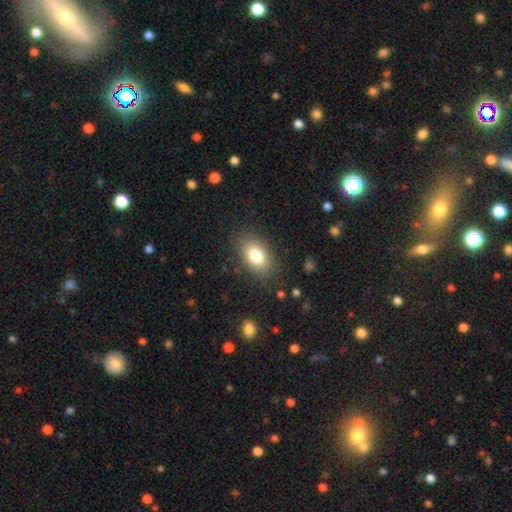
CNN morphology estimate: The model was most divided on "smooth or featured": smooth: 79%, featured or disk: 12%, star or artifact: 9%. More confident: how rounded — in between (88%); merging — none (84%).